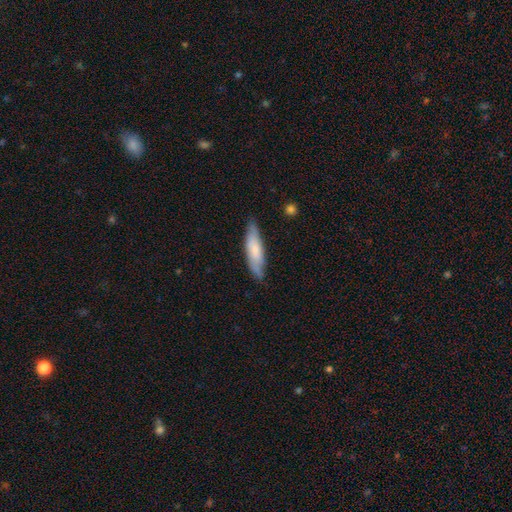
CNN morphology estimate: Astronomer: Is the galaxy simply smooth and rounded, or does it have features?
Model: smooth — 64%.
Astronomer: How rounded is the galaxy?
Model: cigar-shaped — 75%.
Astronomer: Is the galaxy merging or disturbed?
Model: none — 82%.